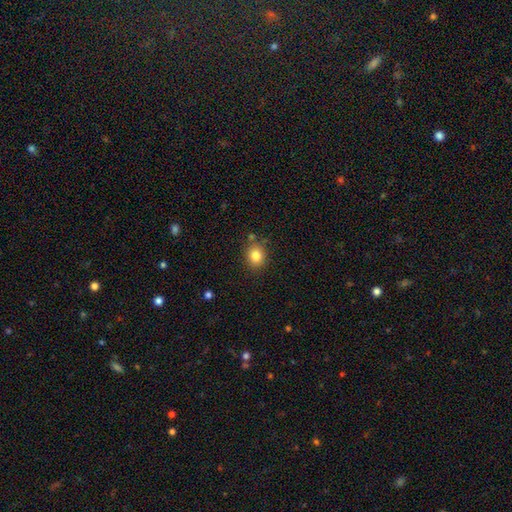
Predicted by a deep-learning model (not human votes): Q: Smooth or featured?
A: smooth (83%); runner-up: star or artifact (11%)
Q: How rounded?
A: round (68%); runner-up: in between (31%)
Q: Merging?
A: none (82%); runner-up: minor disturbance (11%)